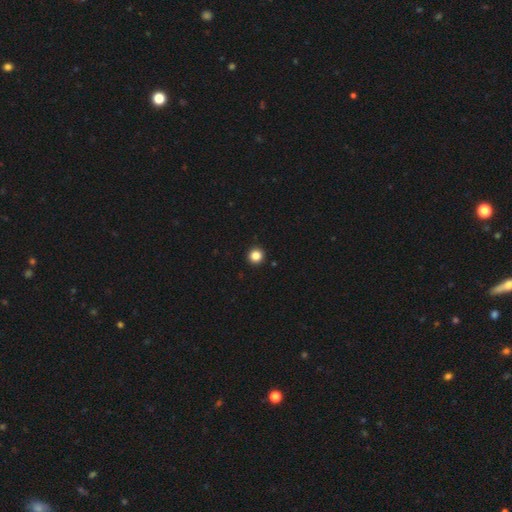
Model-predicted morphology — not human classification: This appears to be a smooth galaxy with no disk features (85%) that is round (96%). Merging: none (94%).